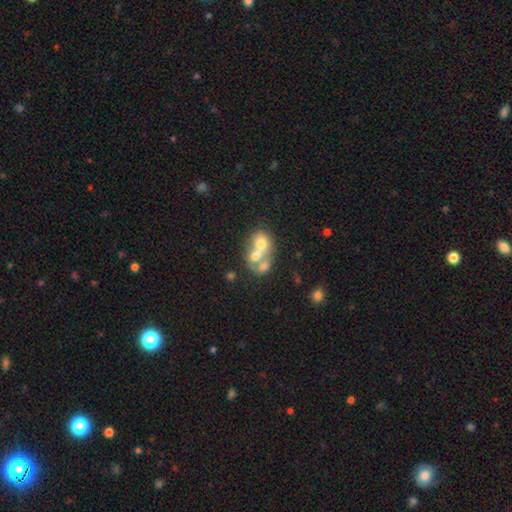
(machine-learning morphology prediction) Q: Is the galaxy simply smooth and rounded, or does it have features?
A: smooth — 56%.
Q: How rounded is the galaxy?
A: in between — 55%.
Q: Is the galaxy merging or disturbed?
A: merger — 73%.